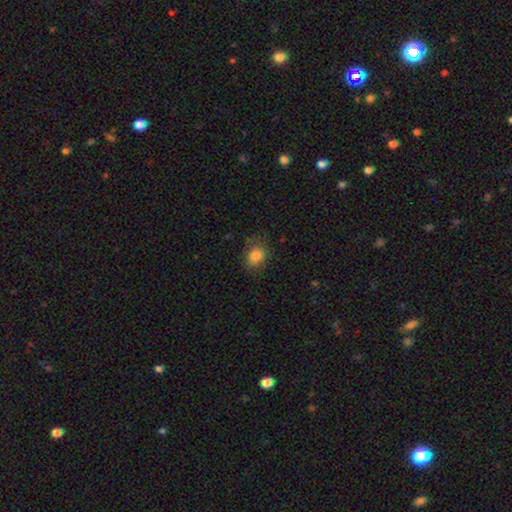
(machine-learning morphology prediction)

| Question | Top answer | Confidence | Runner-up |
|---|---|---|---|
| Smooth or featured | smooth | 85% | star or artifact (10%) |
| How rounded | in between | 55% | round (44%) |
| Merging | none | 75% | minor disturbance (18%) |